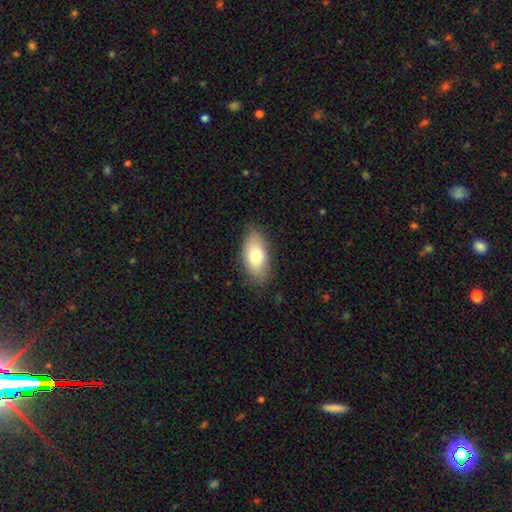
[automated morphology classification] Q: Smooth or featured?
A: smooth (77%); runner-up: featured or disk (16%)
Q: How rounded?
A: in between (91%); runner-up: cigar-shaped (6%)
Q: Merging?
A: none (83%); runner-up: minor disturbance (13%)